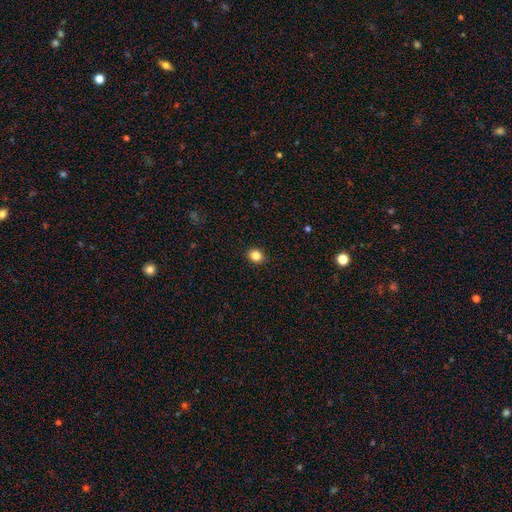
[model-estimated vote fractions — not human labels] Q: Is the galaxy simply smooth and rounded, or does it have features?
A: smooth — 85%.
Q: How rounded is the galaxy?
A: round — 67%.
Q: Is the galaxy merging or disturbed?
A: none — 91%.